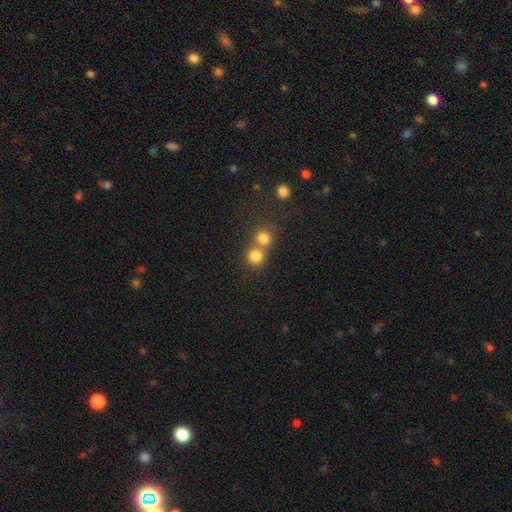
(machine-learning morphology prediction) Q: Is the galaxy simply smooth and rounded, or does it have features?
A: smooth — 80%.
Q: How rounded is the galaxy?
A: round — 89%.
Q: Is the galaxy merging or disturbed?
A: none — 47%.